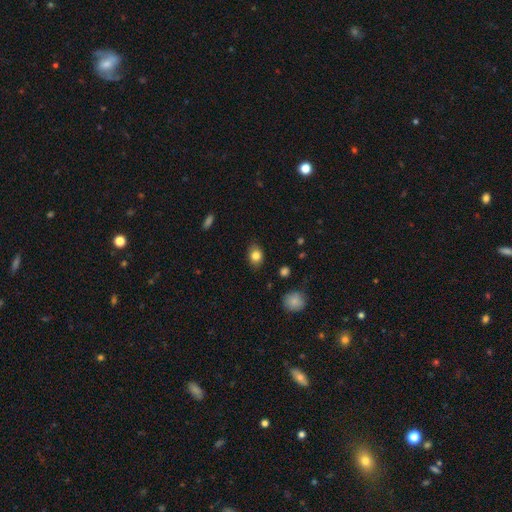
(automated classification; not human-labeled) smooth-or-featured: smooth: 82% | star or artifact: 9% | featured or disk: 8%
  how-rounded: in between: 63% | round: 36% | cigar-shaped: 1%
  merging: none: 82% | minor disturbance: 14% | major disturbance: 3% | merger: 1%